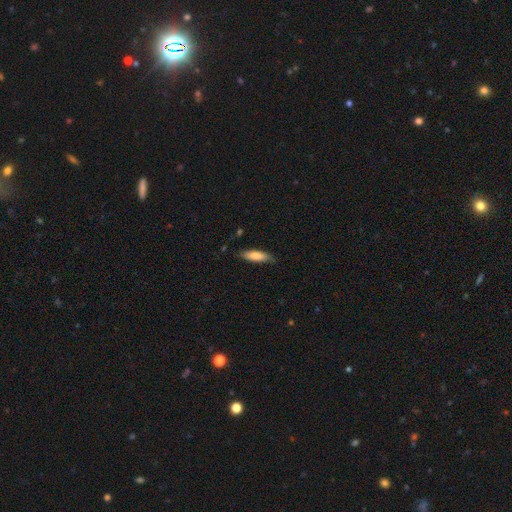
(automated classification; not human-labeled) This is likely a smooth galaxy (78%). How rounded: likely cigar-shaped (61%). Merging: clearly none (80%).